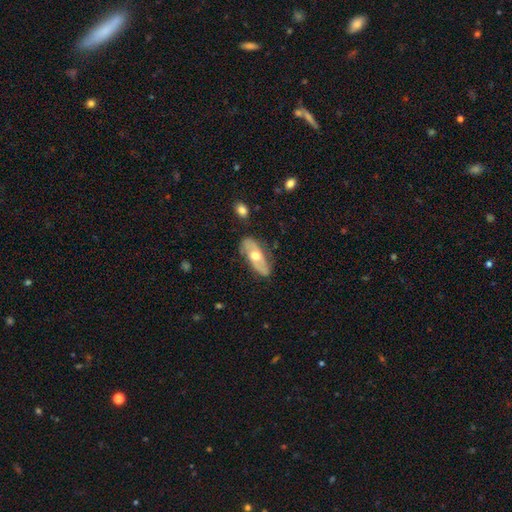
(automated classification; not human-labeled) Q: Smooth or featured?
A: featured or disk (55%); runner-up: smooth (40%)
Q: Edge-on disk?
A: no (76%); runner-up: yes (24%)
Q: Merging?
A: none (77%); runner-up: minor disturbance (16%)